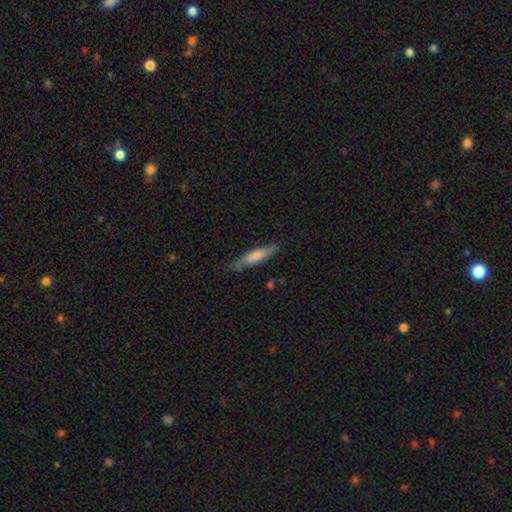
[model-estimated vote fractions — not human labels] Smooth or featured: smooth — 57% (featured or disk — 37%)
How rounded: cigar-shaped — 88% (in between — 10%)
Merging: none — 77% (minor disturbance — 18%)